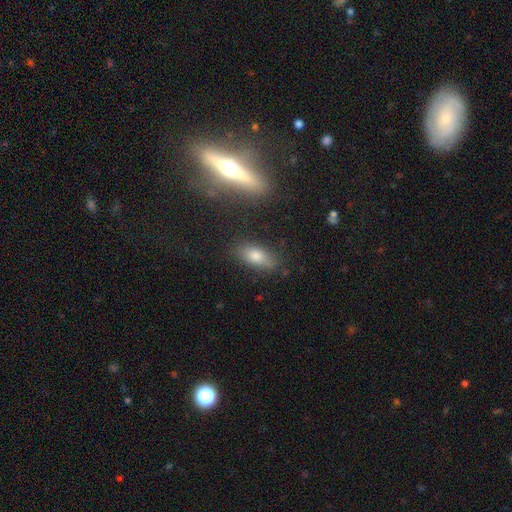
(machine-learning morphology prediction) A smooth galaxy with no disk features (74%) that is in between round and cigar-shaped (77%).

Vote fractions:
- Smooth or featured? smooth: 74% / featured or disk: 17% / star or artifact: 10%
- How rounded? in between: 77% / cigar-shaped: 18% / round: 5%
- Merging? none: 80% / minor disturbance: 13% / major disturbance: 4% / merger: 3%